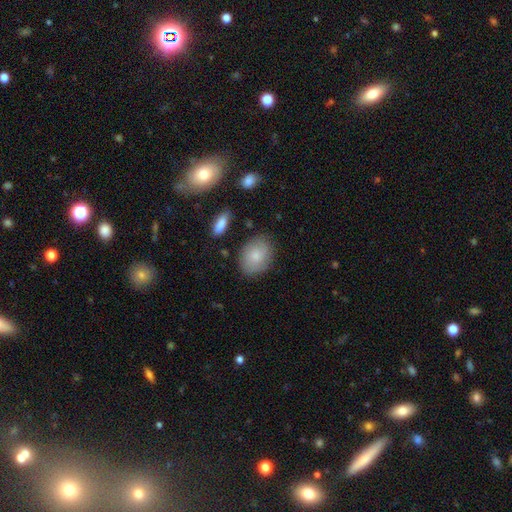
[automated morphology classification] The model was most divided on "how rounded": in between: 69%, round: 30%, cigar-shaped: 1%. More confident: merging — none (80%); smooth or featured — smooth (79%).